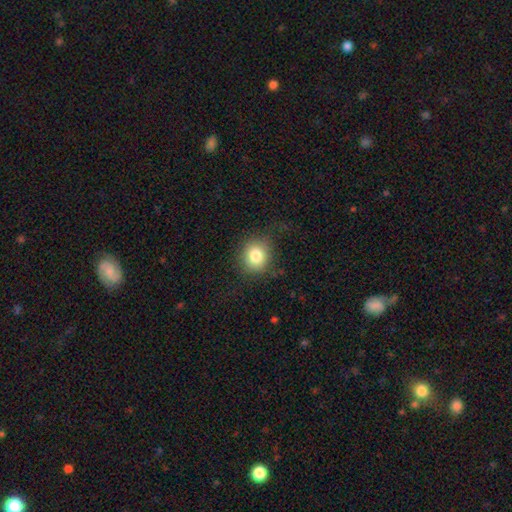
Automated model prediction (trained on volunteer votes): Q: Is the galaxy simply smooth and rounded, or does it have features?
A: smooth — 81%.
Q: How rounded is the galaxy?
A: round — 81%.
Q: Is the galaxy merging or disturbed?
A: none — 78%.